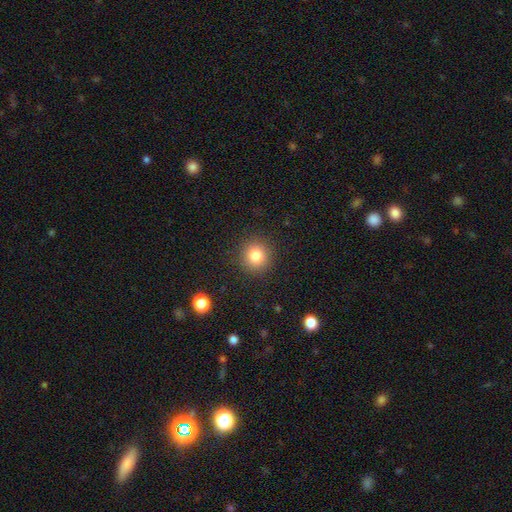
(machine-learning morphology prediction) Smooth or featured: smooth — 82% (star or artifact — 11%)
How rounded: round — 91% (in between — 8%)
Merging: none — 90% (minor disturbance — 6%)